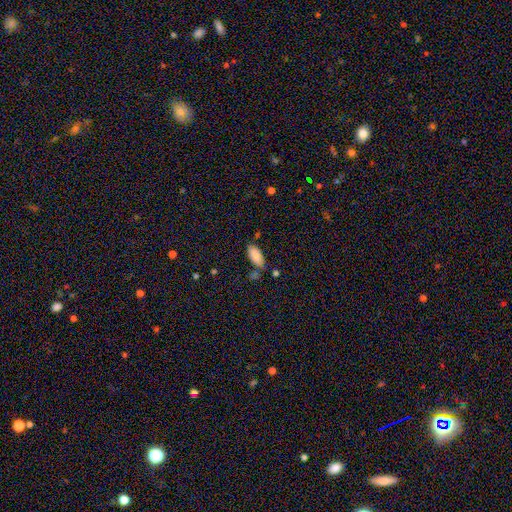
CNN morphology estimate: This is clearly a smooth galaxy (87%). How rounded: clearly in between (88%). Merging: likely none (68%).